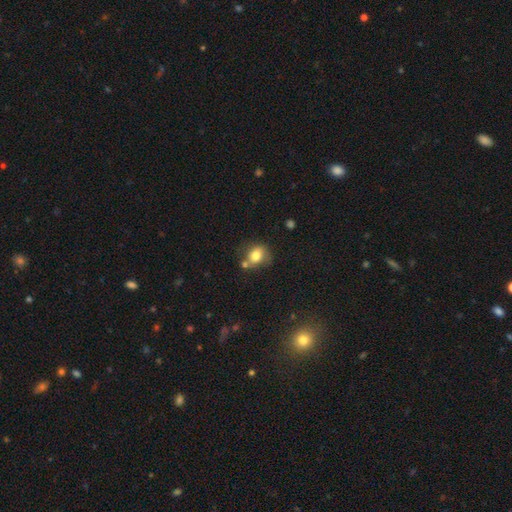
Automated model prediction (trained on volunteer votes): Overall: smooth (75%). How rounded: round (55%; in between 44%). Merging: none (51%; minor disturbance 21%).